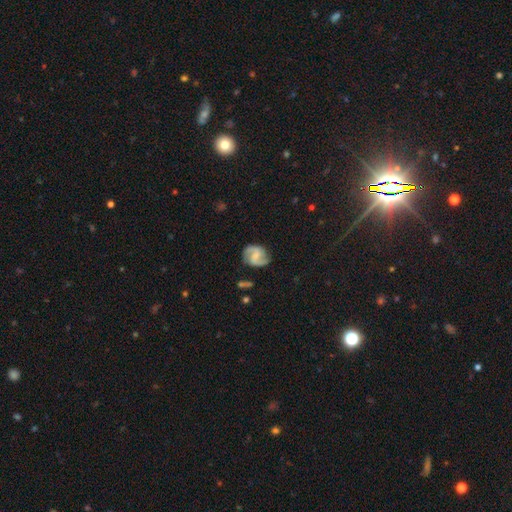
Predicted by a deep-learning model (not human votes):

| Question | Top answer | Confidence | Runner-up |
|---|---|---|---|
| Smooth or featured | featured or disk | 83% | smooth (12%) |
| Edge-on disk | no | 98% | yes (2%) |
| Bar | weak | 51% | no (27%) |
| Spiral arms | yes | 96% | no (4%) |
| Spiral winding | medium | 52% | loose (29%) |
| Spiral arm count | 2 | 92% | can't tell (3%) |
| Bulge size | small | 37% | none (36%) |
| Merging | none | 80% | minor disturbance (14%) |